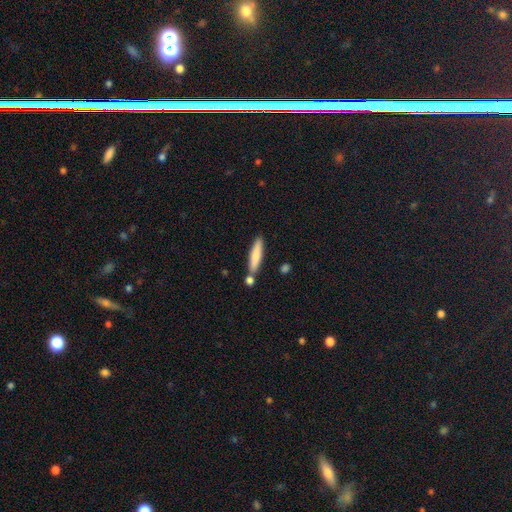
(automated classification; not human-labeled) smooth-or-featured: smooth: 77% | featured or disk: 17% | star or artifact: 6%
  how-rounded: cigar-shaped: 85% | in between: 13% | round: 2%
  merging: none: 75% | minor disturbance: 11% | merger: 11% | major disturbance: 3%